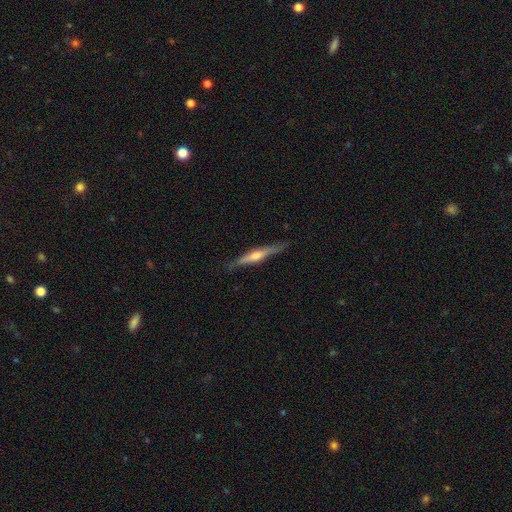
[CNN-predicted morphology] A featured or disk galaxy (70%) viewed edge-on (97%) with a rounded central bulge (80%).

Vote fractions:
- Smooth or featured? featured or disk: 70% / smooth: 25% / star or artifact: 6%
- Edge-on disk? yes: 97% / no: 3%
- Edge-on bulge? rounded: 80% / boxy: 10% / none: 10%
- Merging? none: 87% / minor disturbance: 10% / major disturbance: 2% / merger: 1%